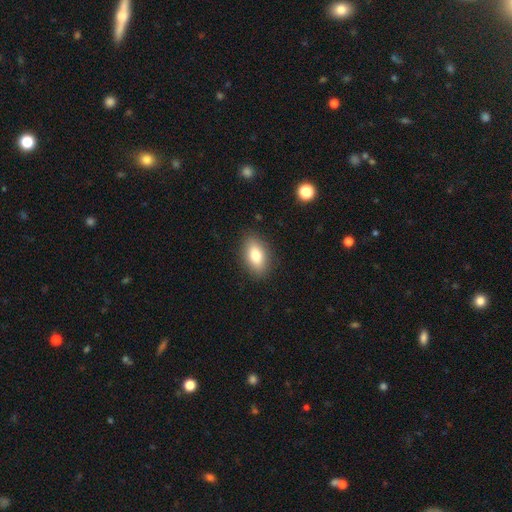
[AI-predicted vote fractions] smooth_or_featured: smooth (p=0.80) [alt: featured or disk p=0.12]
how_rounded: in between (p=0.89) [alt: round p=0.07]
merging: none (p=0.87) [alt: minor disturbance p=0.10]